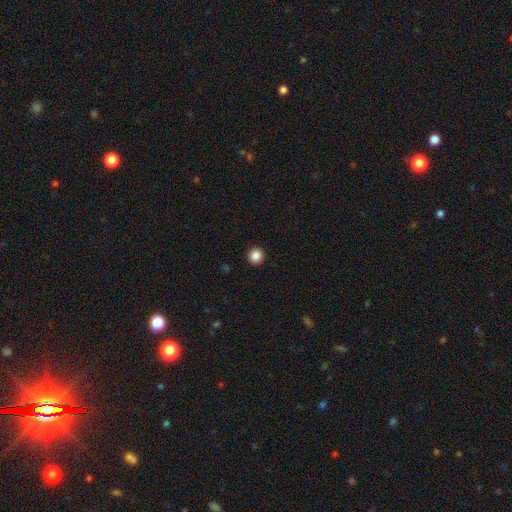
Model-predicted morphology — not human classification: Overall: smooth (86%). How rounded: round (93%). Merging: none (93%).